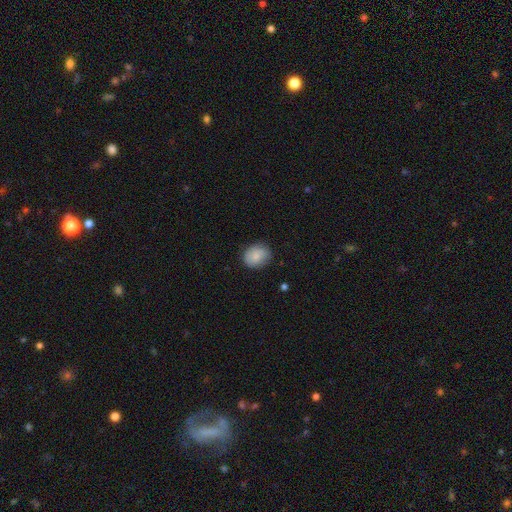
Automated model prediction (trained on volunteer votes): smooth_or_featured: smooth (p=0.84) [alt: featured or disk p=0.09]
how_rounded: round (p=0.56) [alt: in between p=0.43]
merging: none (p=0.80) [alt: minor disturbance p=0.15]